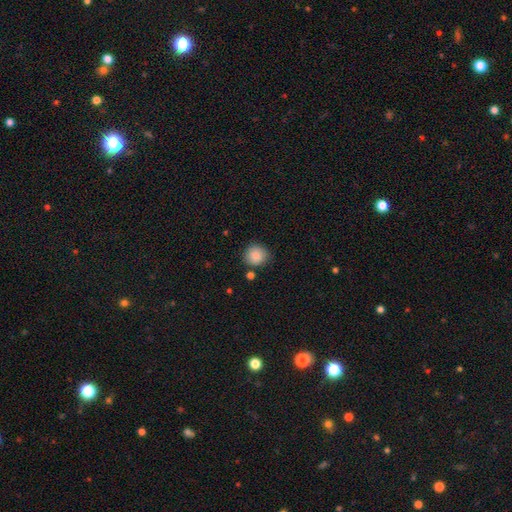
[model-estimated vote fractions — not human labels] Overall: smooth (87%). How rounded: round (87%). Merging: none (80%).